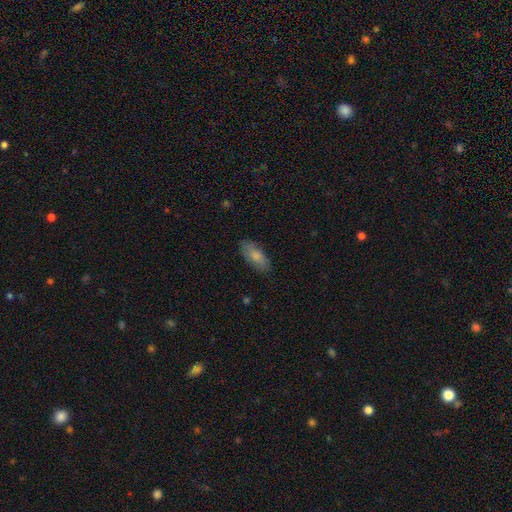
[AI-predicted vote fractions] Smooth or featured?
  - smooth: 80% *
  - featured or disk: 14%
  - star or artifact: 6%
How rounded?
  - in between: 82% *
  - cigar-shaped: 15%
  - round: 2%
Merging?
  - none: 83% *
  - minor disturbance: 13%
  - major disturbance: 3%
  - merger: 1%